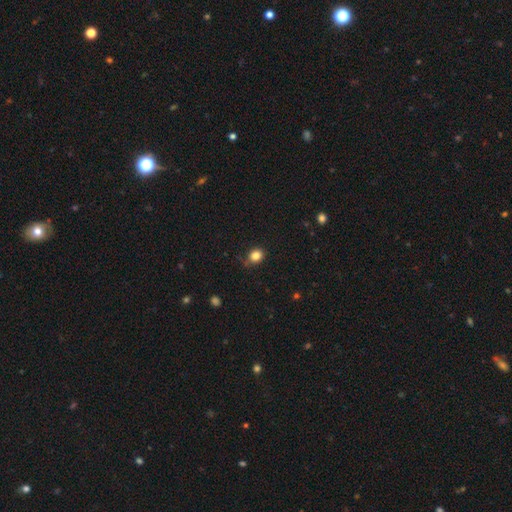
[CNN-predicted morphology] Q: Smooth or featured?
A: smooth (83%); runner-up: star or artifact (12%)
Q: How rounded?
A: round (66%); runner-up: in between (33%)
Q: Merging?
A: none (77%); runner-up: minor disturbance (17%)